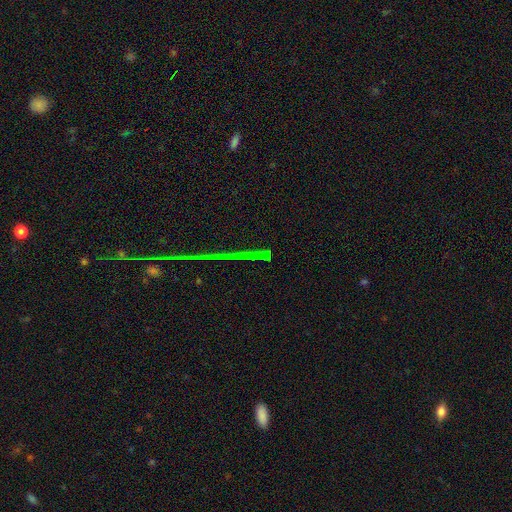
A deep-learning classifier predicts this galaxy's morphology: This appears to be a star or artifact, not a galaxy (75%).